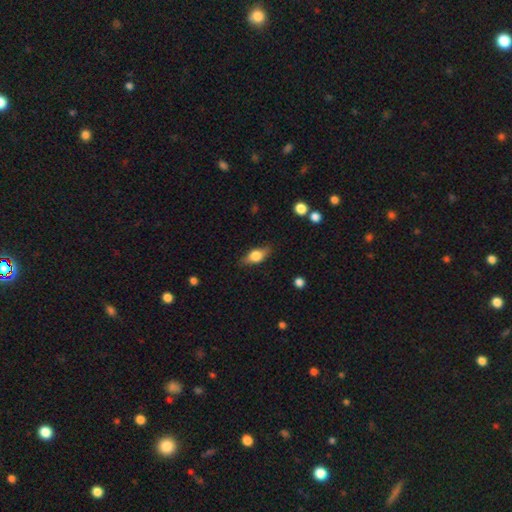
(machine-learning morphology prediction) Smooth or featured? smooth (57%)
How rounded? in between (73%)
Merging? none (81%)